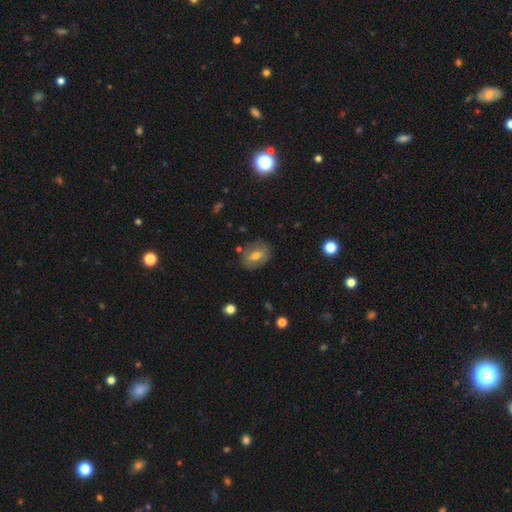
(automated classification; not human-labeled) Morphology: type=smooth (59%); roundness=in between (63%); merging=none (75%).